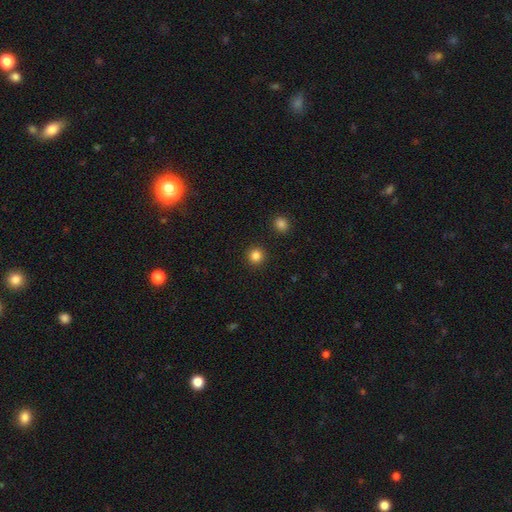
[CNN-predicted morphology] Q: Smooth or featured?
A: smooth (84%); runner-up: star or artifact (12%)
Q: How rounded?
A: round (94%); runner-up: in between (5%)
Q: Merging?
A: none (92%); runner-up: minor disturbance (5%)